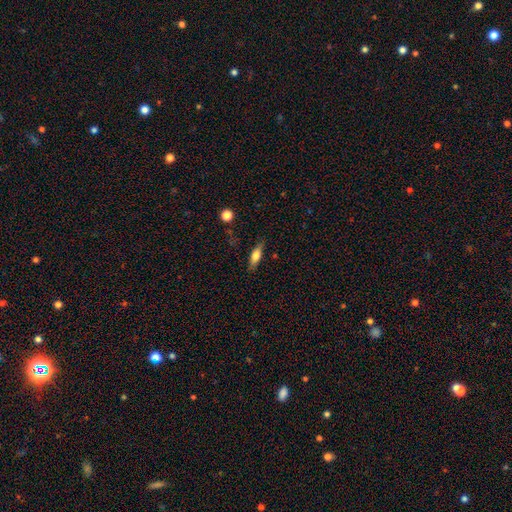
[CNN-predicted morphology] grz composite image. It shows a smooth galaxy with no disk features (63%) that is in between round and cigar-shaped (52%). Merging: none (81%).